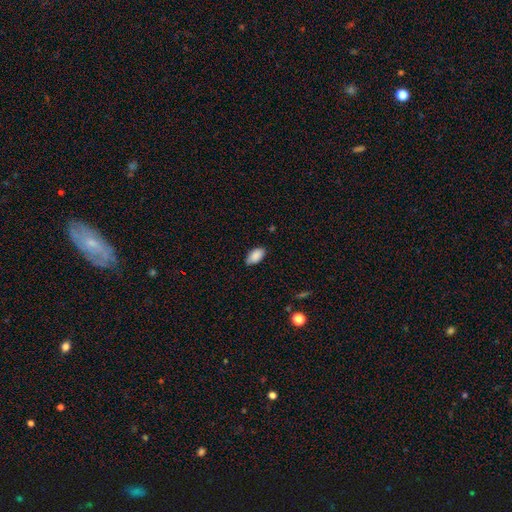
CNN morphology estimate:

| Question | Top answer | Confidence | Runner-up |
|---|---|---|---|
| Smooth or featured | smooth | 88% | star or artifact (7%) |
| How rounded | in between | 94% | round (3%) |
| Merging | none | 80% | minor disturbance (16%) |